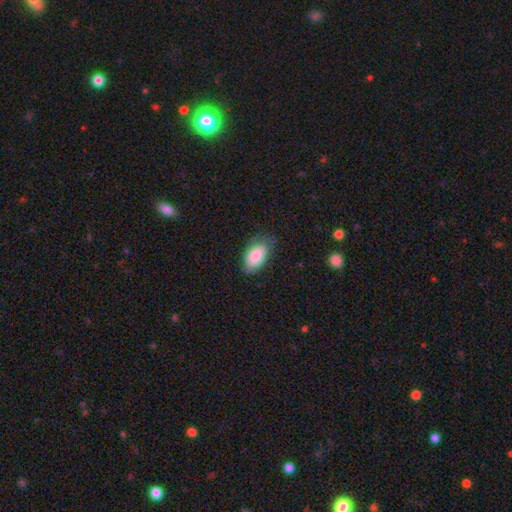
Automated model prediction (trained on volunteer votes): The model was most divided on "merging": none: 67%, minor disturbance: 26%, major disturbance: 7%, merger: 1%. More confident: how rounded — in between (94%); smooth or featured — smooth (81%).